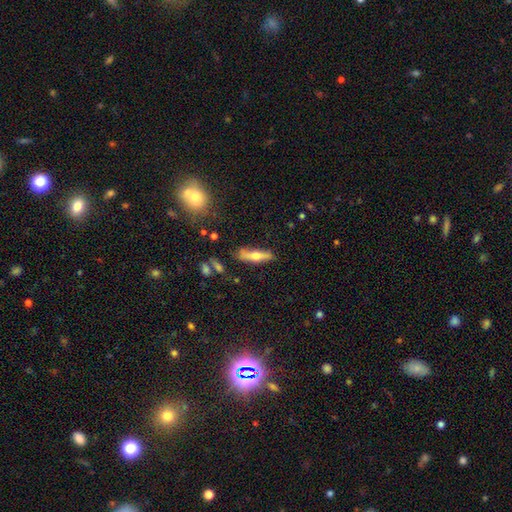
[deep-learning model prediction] smooth 48%, featured or disk 45%, star or artifact 7%. Down the decision tree: merging — none (74%).